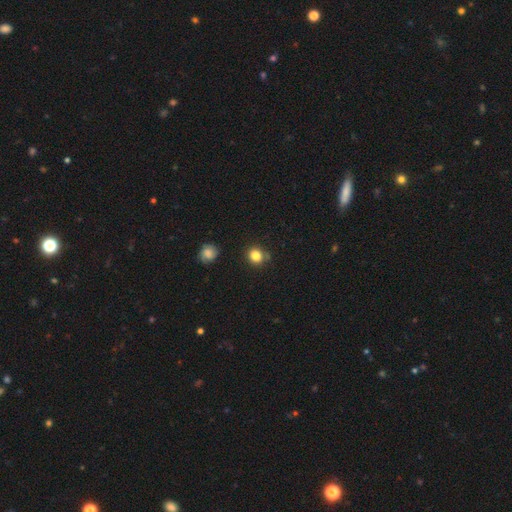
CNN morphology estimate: smooth-or-featured: smooth: 83% | star or artifact: 12% | featured or disk: 5%
  how-rounded: round: 83% | in between: 16% | cigar-shaped: 1%
  merging: none: 80% | minor disturbance: 12% | merger: 5% | major disturbance: 3%